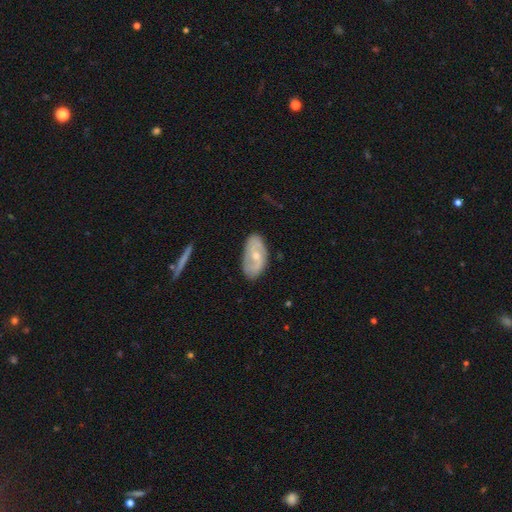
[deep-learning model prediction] Smooth or featured? Predicted: featured or disk (p=0.61). Edge-on disk? Predicted: no (p=0.93). Bar? Predicted: no (p=0.56). Spiral arms? Predicted: yes (p=0.74). Bulge size? Predicted: small (p=0.48, tied with moderate). Merging? Predicted: none (p=0.76).